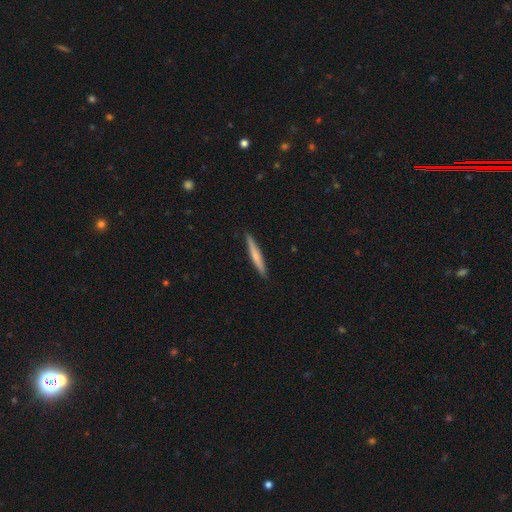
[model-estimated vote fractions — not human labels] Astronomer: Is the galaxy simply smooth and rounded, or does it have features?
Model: smooth — 60%.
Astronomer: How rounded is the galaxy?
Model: cigar-shaped — 95%.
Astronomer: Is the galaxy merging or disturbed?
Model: none — 91%.